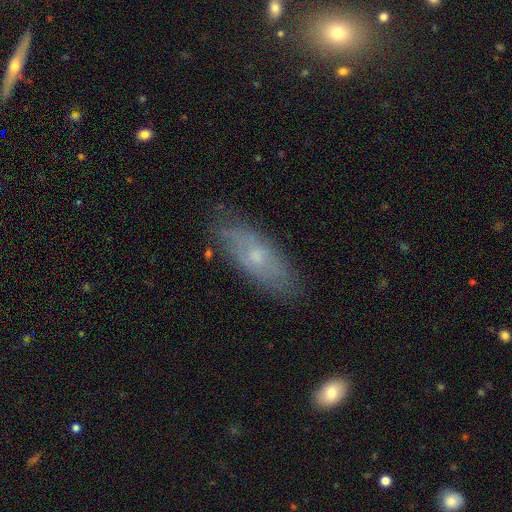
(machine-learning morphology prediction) A smooth galaxy with no disk features (51%) that is in between round and cigar-shaped (67%). Merging: none (78%).